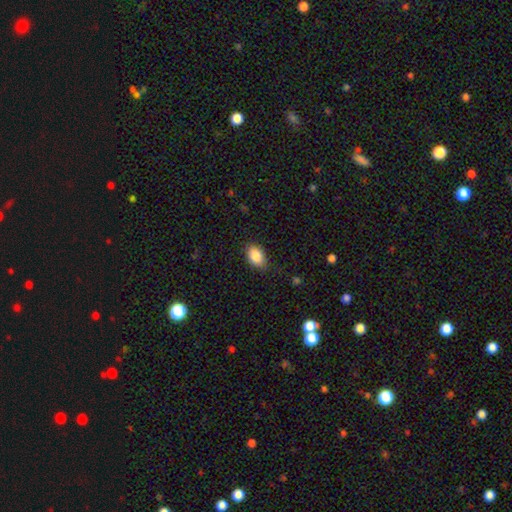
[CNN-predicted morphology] Smooth or featured?
  - smooth: 87% *
  - star or artifact: 8%
  - featured or disk: 6%
How rounded?
  - in between: 86% *
  - round: 12%
  - cigar-shaped: 1%
Merging?
  - none: 79% *
  - minor disturbance: 17%
  - major disturbance: 3%
  - merger: 1%